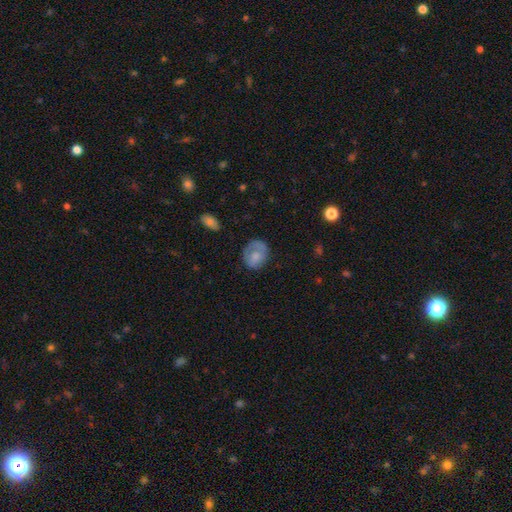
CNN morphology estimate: Smooth or featured?
  - smooth: 62% *
  - featured or disk: 31%
  - star or artifact: 7%
How rounded?
  - round: 67% *
  - in between: 32%
  - cigar-shaped: 1%
Merging?
  - none: 59% *
  - minor disturbance: 24%
  - major disturbance: 15%
  - merger: 2%